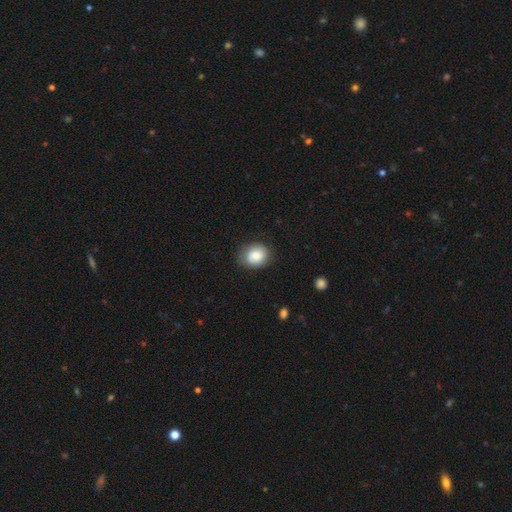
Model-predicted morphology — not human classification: A smooth galaxy with no disk features (80%) that is round (62%).

Vote fractions:
- Smooth or featured? smooth: 80% / featured or disk: 12% / star or artifact: 8%
- How rounded? round: 62% / in between: 37% / cigar-shaped: 1%
- Merging? none: 79% / minor disturbance: 16% / major disturbance: 4% / merger: 1%